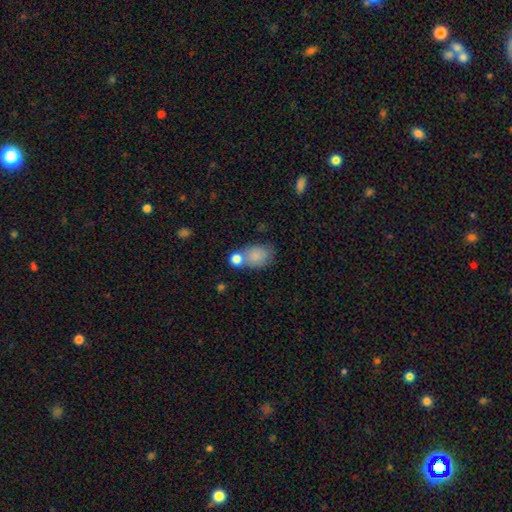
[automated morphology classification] type=smooth (82%); roundness=in between (71%); merging=none (44%).